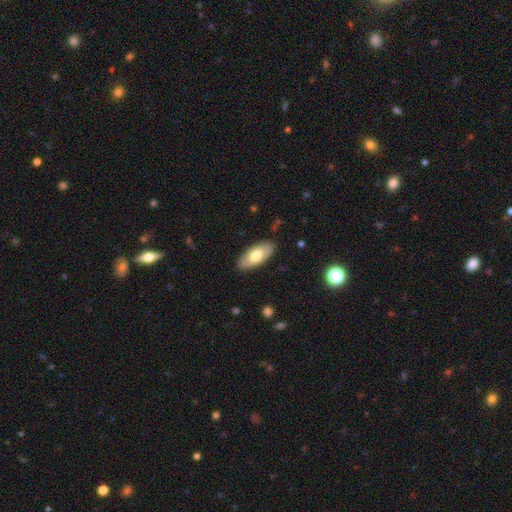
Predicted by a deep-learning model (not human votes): This is likely a smooth galaxy (67%). How rounded: clearly in between (90%). Merging: clearly none (86%).